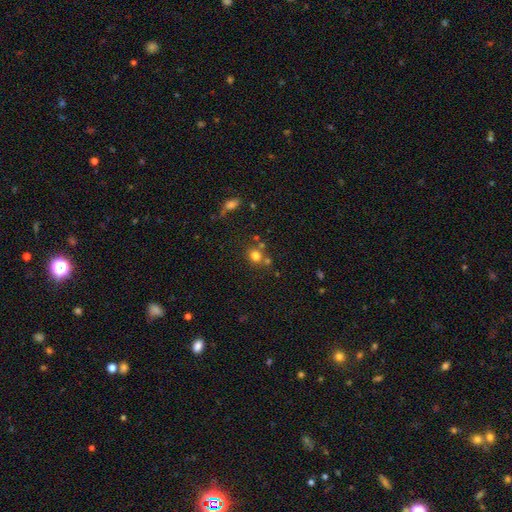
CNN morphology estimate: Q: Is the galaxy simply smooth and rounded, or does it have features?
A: smooth — 75%.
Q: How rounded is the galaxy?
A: round — 74%.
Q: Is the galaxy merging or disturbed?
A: none — 61%.